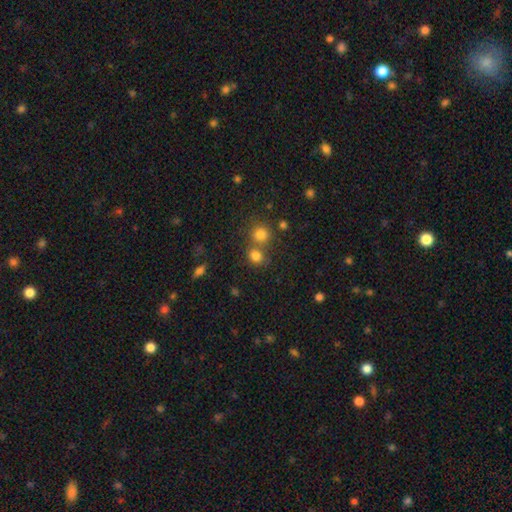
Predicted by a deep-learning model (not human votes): smooth-or-featured: smooth: 79% | star or artifact: 15% | featured or disk: 7%
  how-rounded: round: 71% | in between: 28% | cigar-shaped: 1%
  merging: none: 56% | merger: 32% | minor disturbance: 8% | major disturbance: 3%